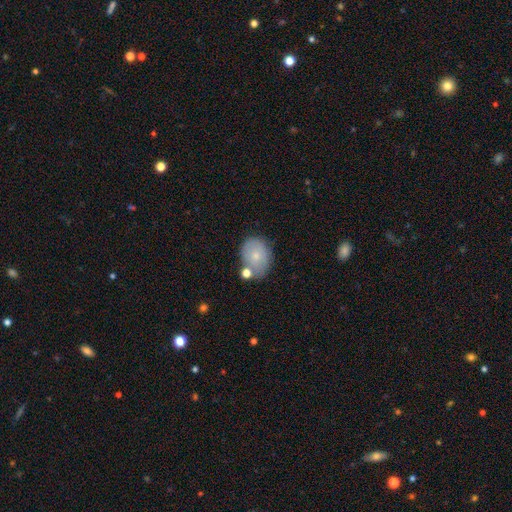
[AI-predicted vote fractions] The model was most divided on "how rounded": in between: 58%, round: 41%, cigar-shaped: 1%. More confident: smooth or featured — smooth (71%); merging — none (59%).